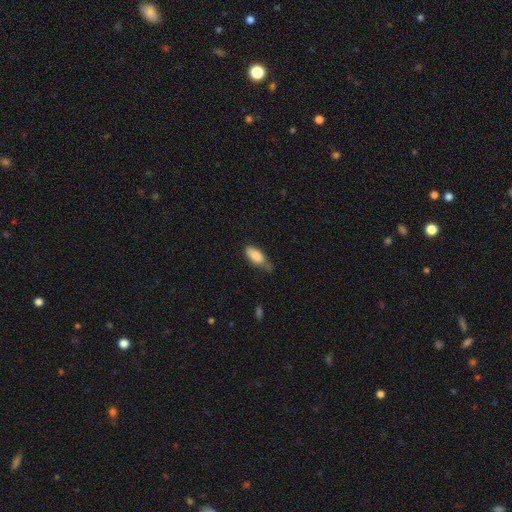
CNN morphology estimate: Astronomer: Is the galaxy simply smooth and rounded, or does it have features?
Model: smooth — 81%.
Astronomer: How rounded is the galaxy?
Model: in between — 83%.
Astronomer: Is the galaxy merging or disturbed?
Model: none — 47% (runner-up: minor disturbance, 38%).